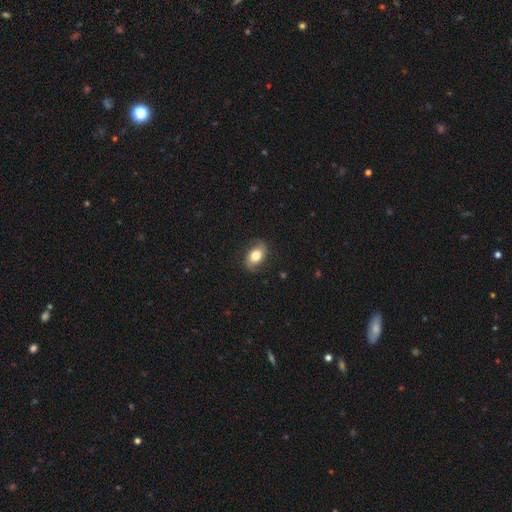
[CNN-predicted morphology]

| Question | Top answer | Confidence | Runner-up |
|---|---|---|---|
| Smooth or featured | smooth | 68% | featured or disk (24%) |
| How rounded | in between | 84% | round (15%) |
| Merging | none | 81% | minor disturbance (14%) |